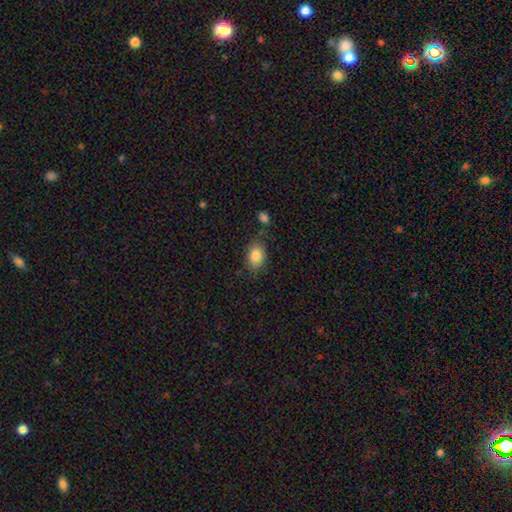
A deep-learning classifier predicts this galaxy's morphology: Overall: smooth (84%). How rounded: in between (76%). Merging: none (75%).